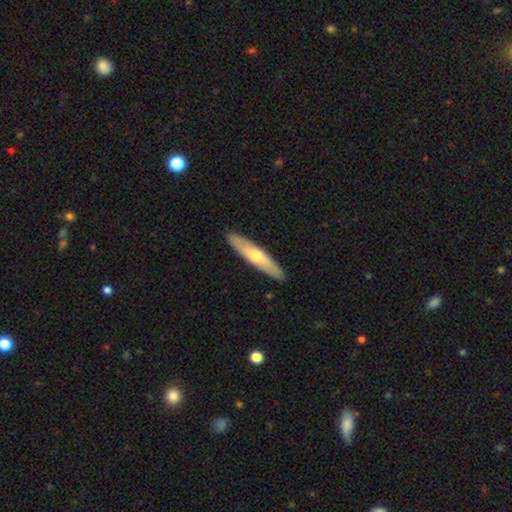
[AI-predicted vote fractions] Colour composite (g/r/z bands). It shows a smooth galaxy with no disk features (50%). Merging: none (91%).